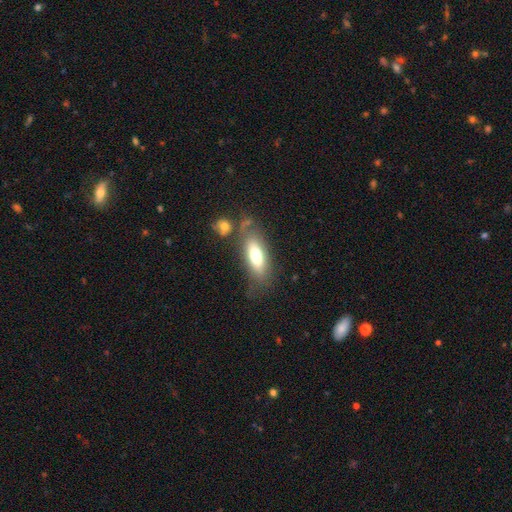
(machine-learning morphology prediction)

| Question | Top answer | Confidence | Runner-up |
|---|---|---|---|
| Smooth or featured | smooth | 66% | featured or disk (27%) |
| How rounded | in between | 70% | cigar-shaped (27%) |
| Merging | none | 65% | minor disturbance (18%) |